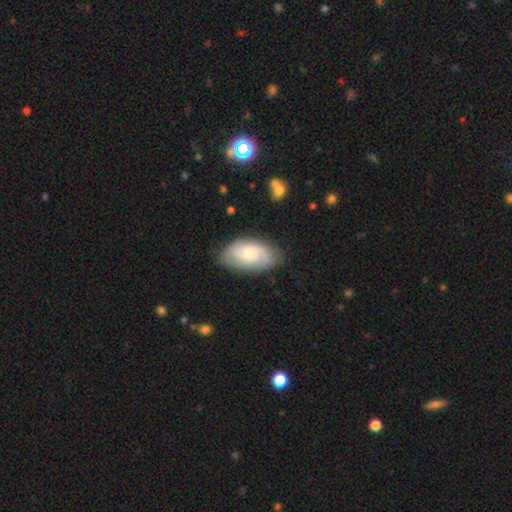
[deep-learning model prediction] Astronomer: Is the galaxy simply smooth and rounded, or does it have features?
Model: featured or disk — 52% (runner-up: smooth, 42%).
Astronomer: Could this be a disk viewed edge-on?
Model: no — 94%.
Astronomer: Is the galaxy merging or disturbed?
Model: none — 75%.